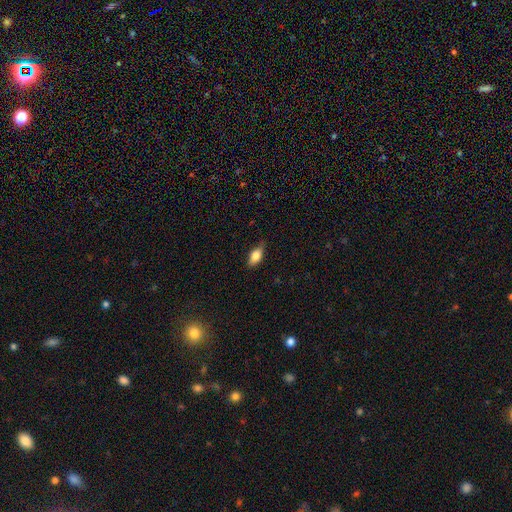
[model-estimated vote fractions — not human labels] The model was most divided on "merging": none: 74%, minor disturbance: 21%, major disturbance: 4%, merger: 1%. More confident: how rounded — in between (82%); smooth or featured — smooth (73%).